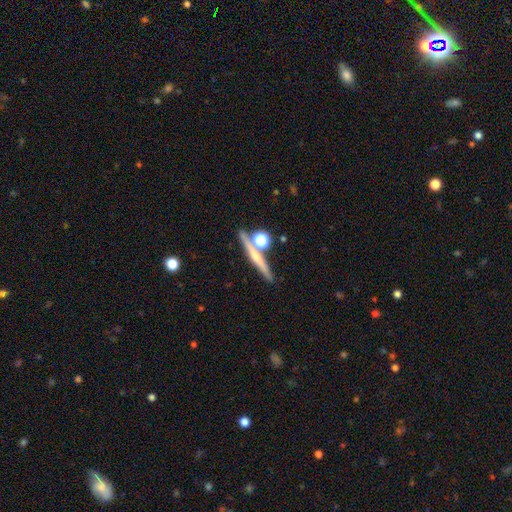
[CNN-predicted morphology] The model was most divided on "smooth or featured": featured or disk: 52%, smooth: 37%, star or artifact: 11%. More confident: edge-on disk — yes (91%); merging — none (72%).